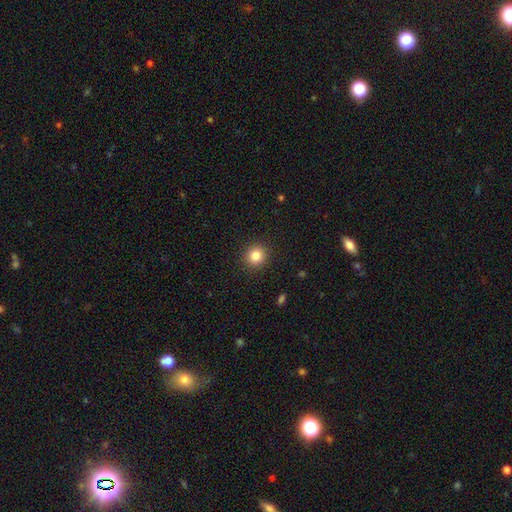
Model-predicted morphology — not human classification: type=smooth (84%); roundness=round (90%); merging=none (91%).